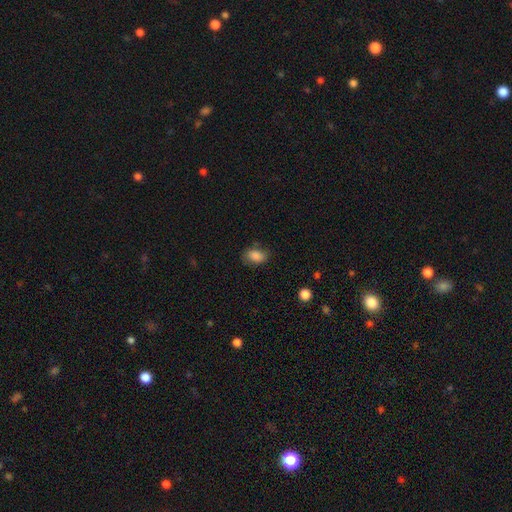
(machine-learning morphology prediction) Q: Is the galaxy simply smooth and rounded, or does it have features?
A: smooth — 86%.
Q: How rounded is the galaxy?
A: in between — 84%.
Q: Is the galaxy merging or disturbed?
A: none — 73%.